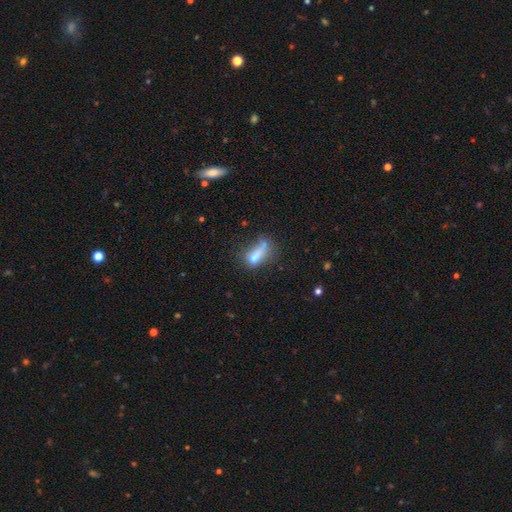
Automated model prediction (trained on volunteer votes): A smooth galaxy with no disk features (61%) that is in between round and cigar-shaped (63%).

Vote fractions:
- Smooth or featured? smooth: 61% / featured or disk: 26% / star or artifact: 13%
- How rounded? in between: 63% / cigar-shaped: 27% / round: 10%
- Merging? none: 29% (tied) / major disturbance: 29% (tied) / minor disturbance: 21% / merger: 21%